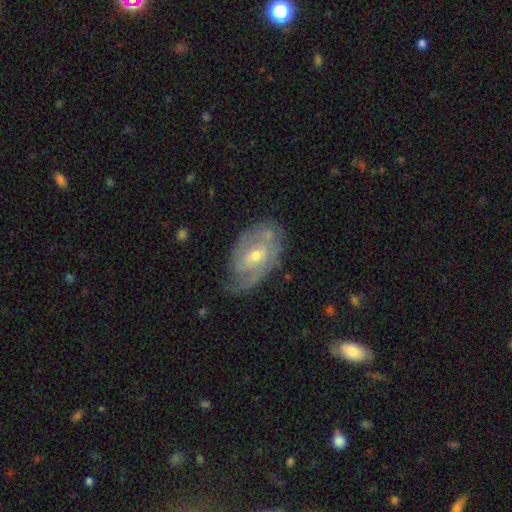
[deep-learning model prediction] Smooth or featured?
  - featured or disk: 81% *
  - smooth: 14%
  - star or artifact: 5%
Edge-on disk?
  - no: 95% *
  - yes: 5%
Bar?
  - no: 46% *
  - weak: 43%
  - strong: 10%
Spiral arms?
  - yes: 90% *
  - no: 10%
Spiral winding?
  - tight: 49% *
  - medium: 37%
  - loose: 14%
Spiral arm count?
  - 2: 44% *
  - can't tell: 26%
  - 1: 16%
  - 3: 9%
  - 4: 3%
  - more than 4: 2%
Bulge size?
  - small: 49% *
  - moderate: 48%
  - large: 1%
  - none: 1%
  - dominant: 1%
Merging?
  - none: 59% *
  - minor disturbance: 26%
  - major disturbance: 12%
  - merger: 3%